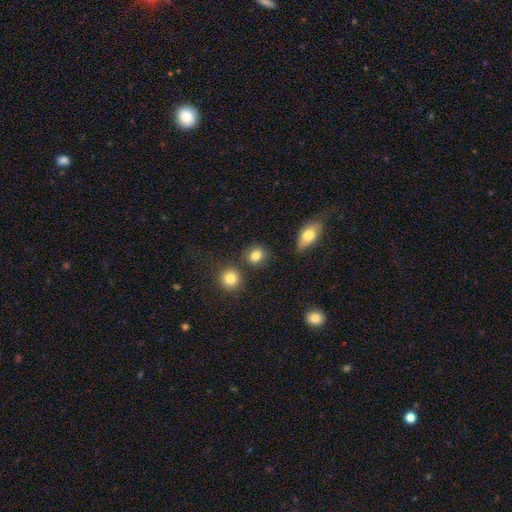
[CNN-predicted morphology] A smooth galaxy with no disk features (83%) that is round (77%). Merging: none (80%).